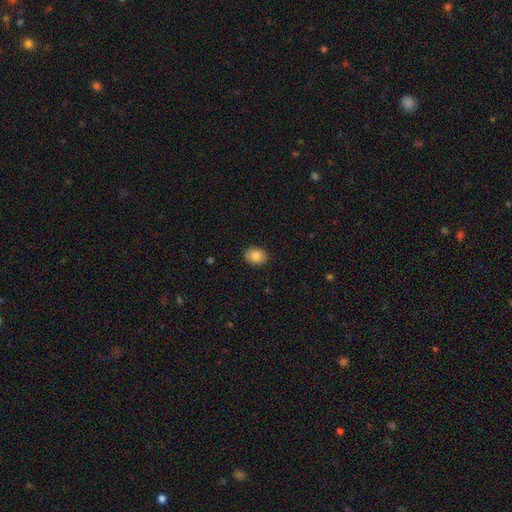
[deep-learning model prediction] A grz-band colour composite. It shows a smooth galaxy with no disk features (84%) that is in between round and cigar-shaped (65%). Merging: none (88%).